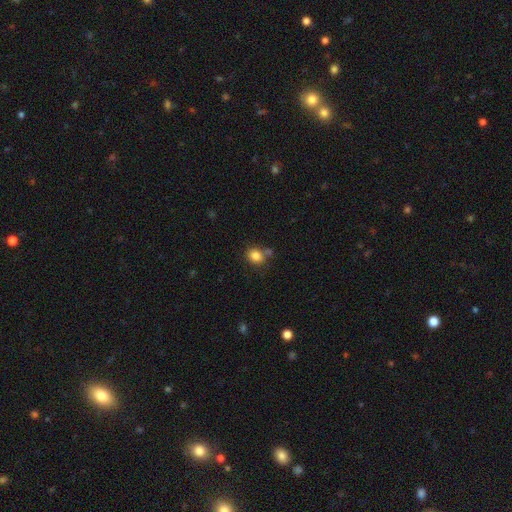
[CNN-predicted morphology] Smooth or featured: smooth — 84% (star or artifact — 11%)
How rounded: round — 66% (in between — 33%)
Merging: none — 66% (minor disturbance — 15%)